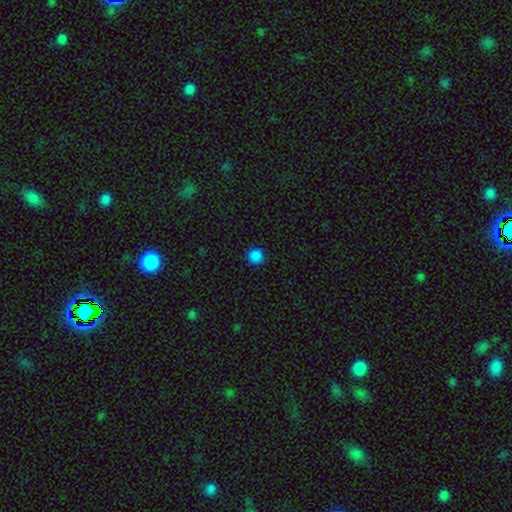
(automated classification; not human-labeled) smooth 86%, star or artifact 12%, featured or disk 2%. Down the decision tree: how rounded — round (95%); merging — none (92%).